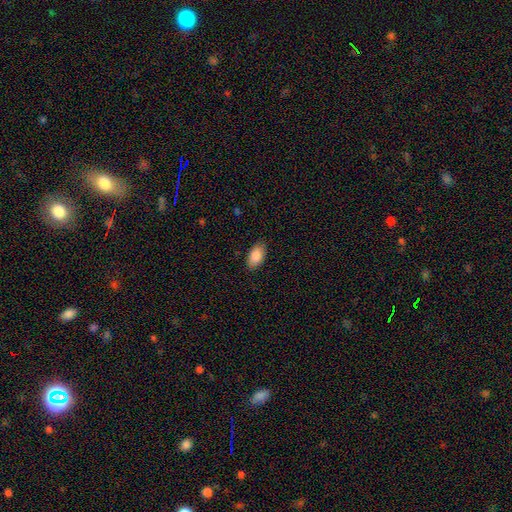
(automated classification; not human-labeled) Smooth or featured? smooth (85%)
How rounded? in between (94%)
Merging? none (87%)